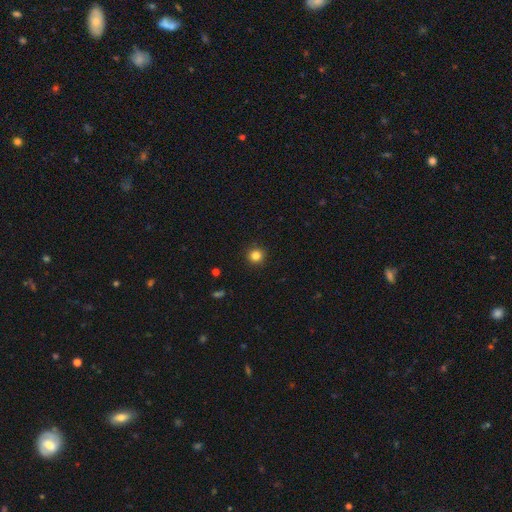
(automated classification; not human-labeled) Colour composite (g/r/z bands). It shows a smooth galaxy with no disk features (83%) that is round (95%). Merging: none (92%).